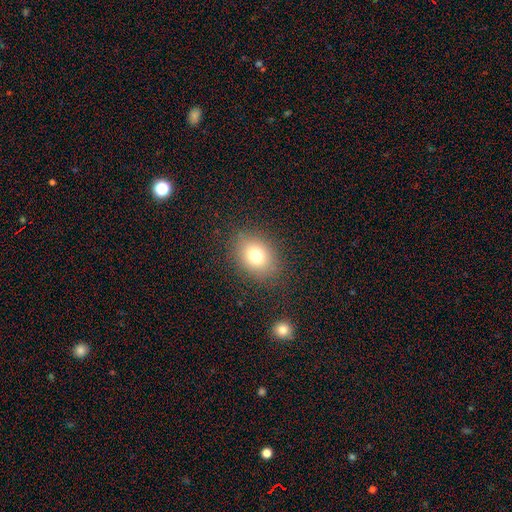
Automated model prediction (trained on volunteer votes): Overall: smooth (75%). How rounded: in between (57%; round 42%). Merging: none (85%).